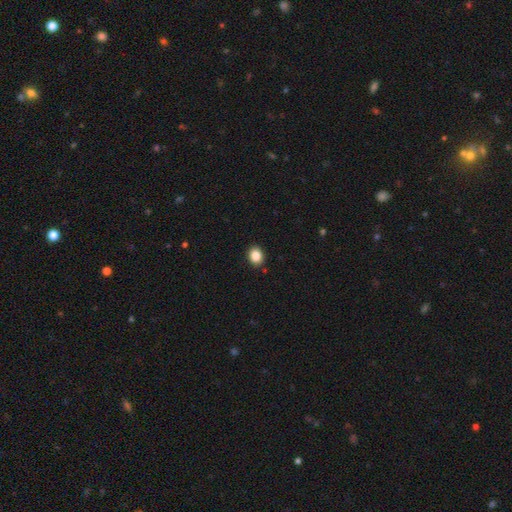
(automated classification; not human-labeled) Morphology: type=smooth (86%); roundness=round (56%); merging=none (90%).